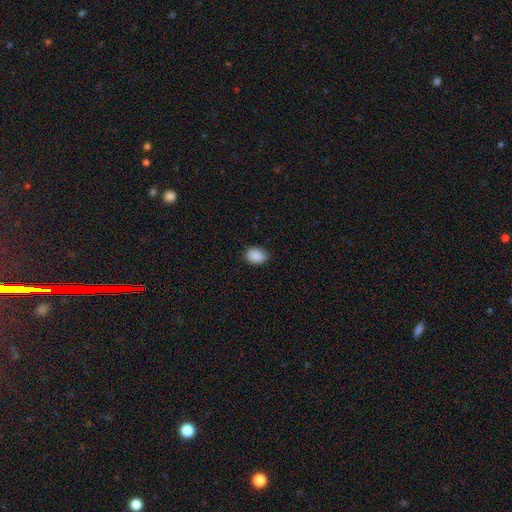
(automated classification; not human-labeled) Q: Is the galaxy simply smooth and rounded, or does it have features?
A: smooth — 90%.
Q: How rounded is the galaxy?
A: in between — 74%.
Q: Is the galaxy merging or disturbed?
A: none — 84%.